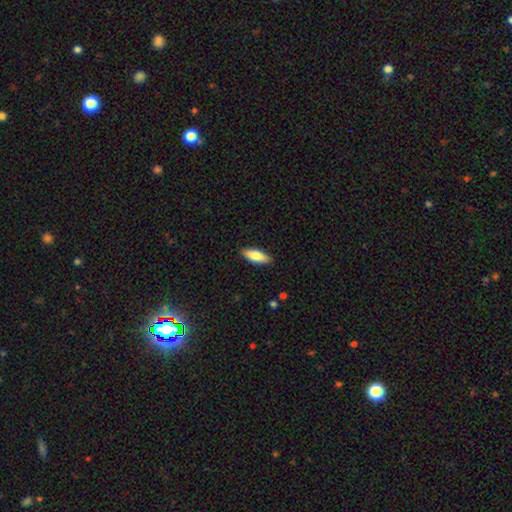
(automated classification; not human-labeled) The model was most divided on "how rounded": in between: 70%, cigar-shaped: 28%, round: 2%. More confident: merging — none (89%); smooth or featured — smooth (79%).